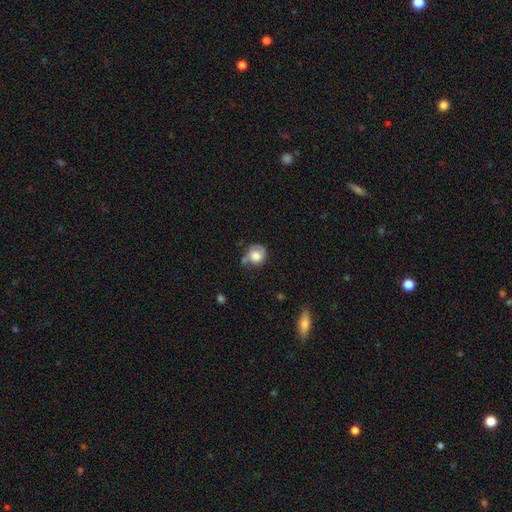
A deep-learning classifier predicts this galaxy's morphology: The model was most divided on "merging": none: 38%, minor disturbance: 33%, major disturbance: 19%, merger: 10%. More confident: how rounded — round (71%); smooth or featured — smooth (67%).